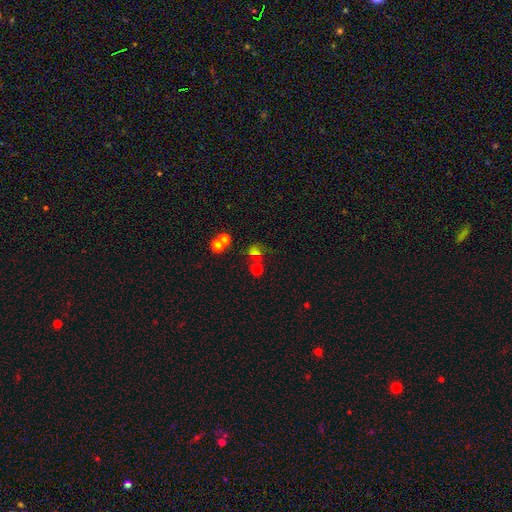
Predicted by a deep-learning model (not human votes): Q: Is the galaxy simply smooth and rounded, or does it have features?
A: smooth — 58%.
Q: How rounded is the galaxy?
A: round — 79%.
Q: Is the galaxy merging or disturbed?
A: none — 48%.